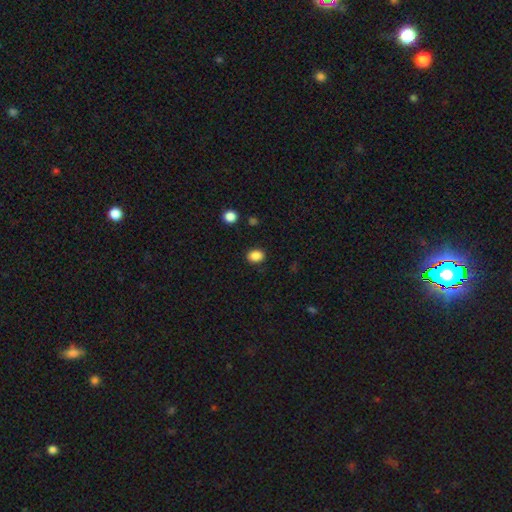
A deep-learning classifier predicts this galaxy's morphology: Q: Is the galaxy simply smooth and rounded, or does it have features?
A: smooth — 87%.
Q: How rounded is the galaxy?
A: in between — 61%.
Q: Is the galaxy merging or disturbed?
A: none — 87%.